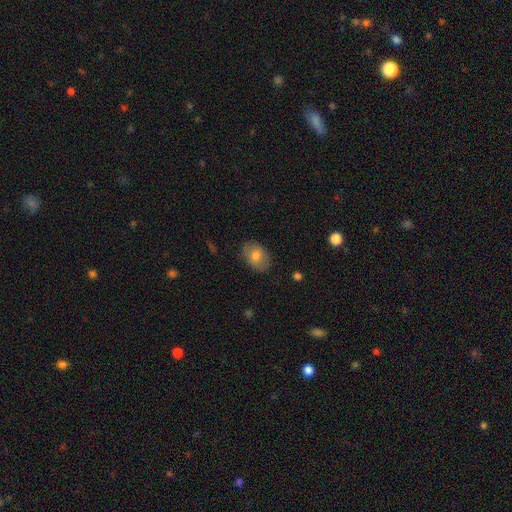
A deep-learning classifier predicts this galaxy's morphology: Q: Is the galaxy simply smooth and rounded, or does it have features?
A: smooth — 73%.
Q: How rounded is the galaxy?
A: in between — 78%.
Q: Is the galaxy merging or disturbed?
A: none — 82%.